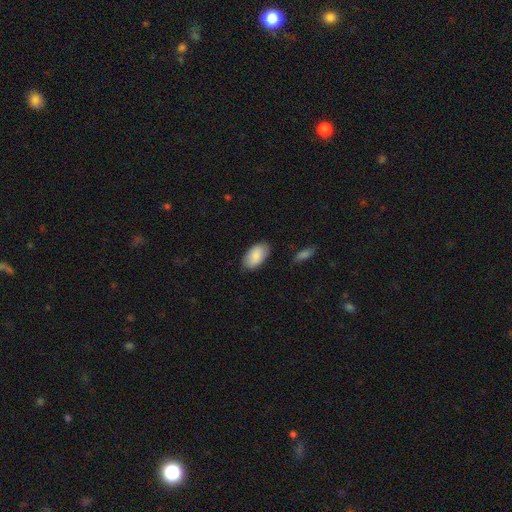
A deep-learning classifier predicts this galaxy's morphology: smooth_or_featured: smooth (p=0.88) [alt: featured or disk p=0.06]
how_rounded: in between (p=0.95) [alt: round p=0.04]
merging: none (p=0.84) [alt: minor disturbance p=0.12]